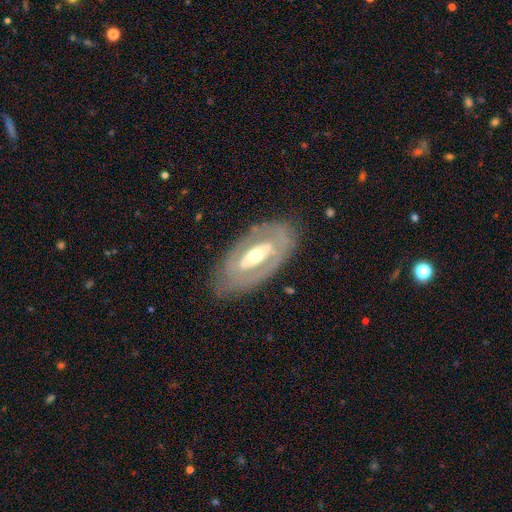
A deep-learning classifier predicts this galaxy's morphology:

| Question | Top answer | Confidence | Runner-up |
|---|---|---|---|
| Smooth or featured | featured or disk | 73% | smooth (22%) |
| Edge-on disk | no | 88% | yes (12%) |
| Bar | no | 46% | strong (28%) |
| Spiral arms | no | 65% | yes (35%) |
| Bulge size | moderate | 64% | small (24%) |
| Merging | none | 78% | minor disturbance (14%) |